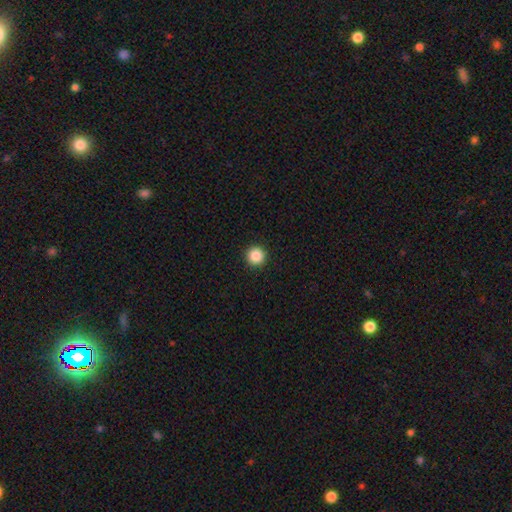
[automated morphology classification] This appears to be a smooth galaxy with no disk features (87%) that is round (96%). Merging: none (93%).